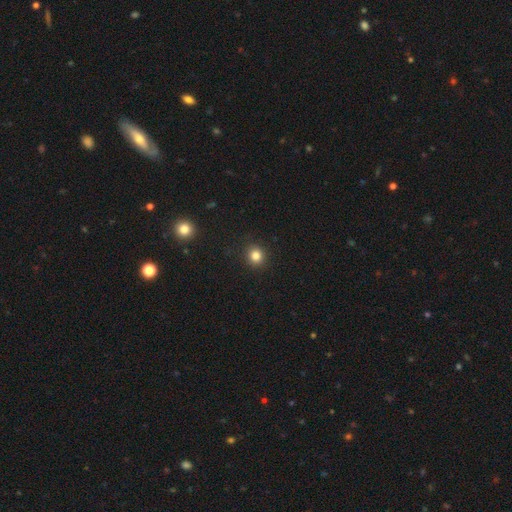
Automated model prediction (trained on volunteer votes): smooth_or_featured: smooth (p=0.83) [alt: star or artifact p=0.12]
how_rounded: round (p=0.88) [alt: in between p=0.11]
merging: none (p=0.91) [alt: minor disturbance p=0.06]